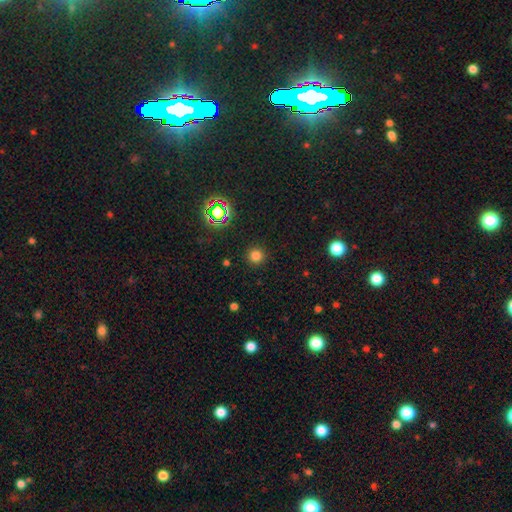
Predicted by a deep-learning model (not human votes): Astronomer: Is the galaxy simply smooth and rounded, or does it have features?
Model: smooth — 77%.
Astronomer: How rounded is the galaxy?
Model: round — 95%.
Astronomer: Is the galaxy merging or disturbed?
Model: none — 91%.